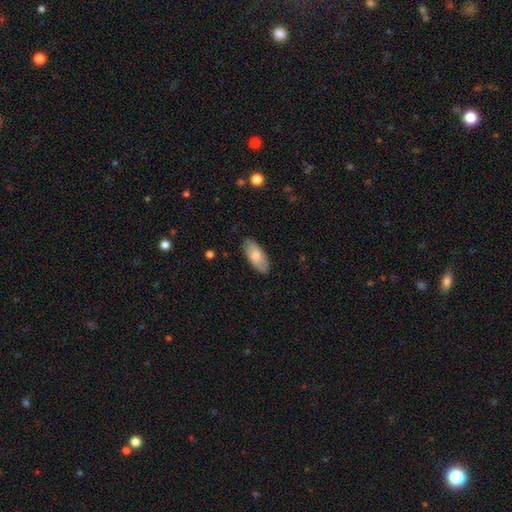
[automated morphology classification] Q: Smooth or featured?
A: smooth (74%); runner-up: featured or disk (20%)
Q: How rounded?
A: in between (89%); runner-up: cigar-shaped (9%)
Q: Merging?
A: none (83%); runner-up: minor disturbance (14%)